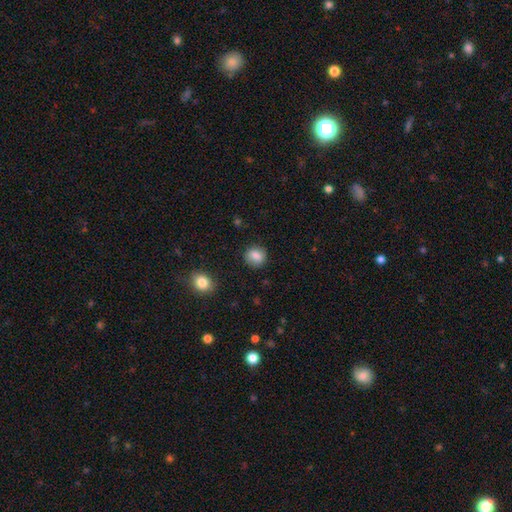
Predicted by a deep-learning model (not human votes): Q: Smooth or featured?
A: smooth (83%); runner-up: star or artifact (9%)
Q: How rounded?
A: round (84%); runner-up: in between (15%)
Q: Merging?
A: none (87%); runner-up: minor disturbance (9%)